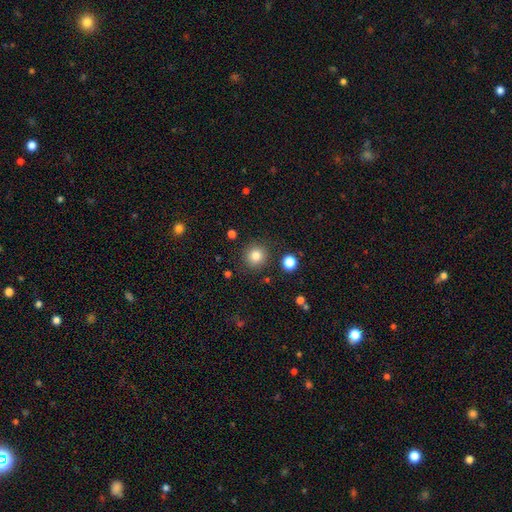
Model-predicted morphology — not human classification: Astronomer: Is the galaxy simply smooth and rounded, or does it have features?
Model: smooth — 83%.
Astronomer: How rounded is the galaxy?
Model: round — 92%.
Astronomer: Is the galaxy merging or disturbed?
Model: none — 88%.